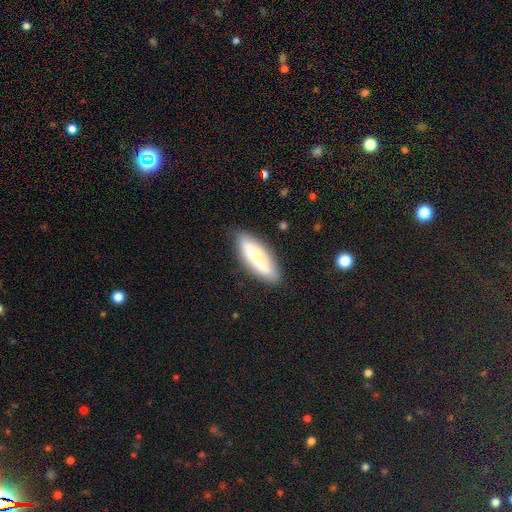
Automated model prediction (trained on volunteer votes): This appears to be a smooth galaxy with no disk features (64%) that is in between round and cigar-shaped (55%). Merging: none (78%).